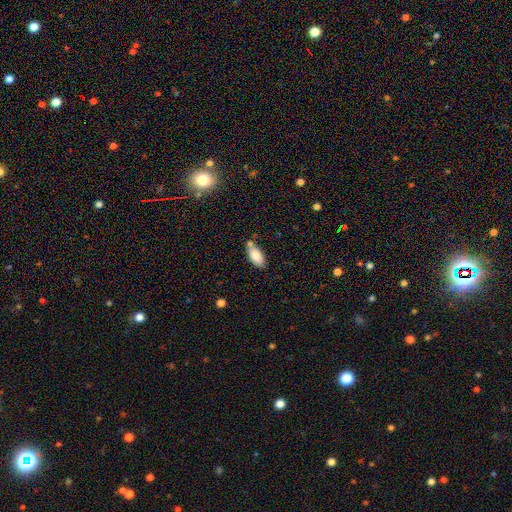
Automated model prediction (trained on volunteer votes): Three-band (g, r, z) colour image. It shows a smooth galaxy with no disk features (84%) that is in between round and cigar-shaped (90%). Merging: none (67%).